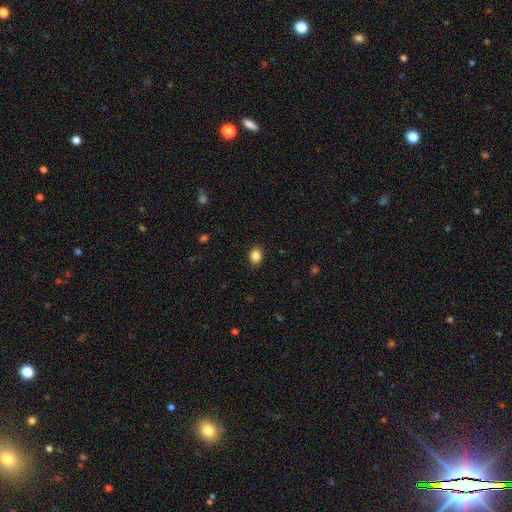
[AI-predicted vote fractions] Overall: smooth (86%). How rounded: in between (63%; round 36%). Merging: none (89%).